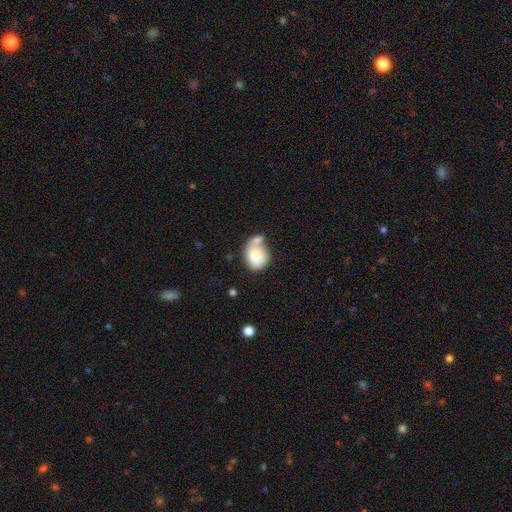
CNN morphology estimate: The model was most divided on "merging": merger: 40%, none: 30%, minor disturbance: 19%, major disturbance: 10%. More confident: smooth or featured — smooth (74%); how rounded — in between (57%).